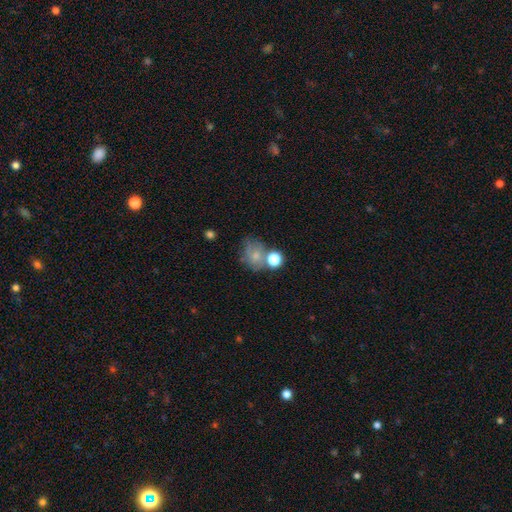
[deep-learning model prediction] Q: Smooth or featured?
A: smooth (64%); runner-up: featured or disk (23%)
Q: How rounded?
A: round (58%); runner-up: in between (41%)
Q: Merging?
A: none (42%); runner-up: merger (27%)